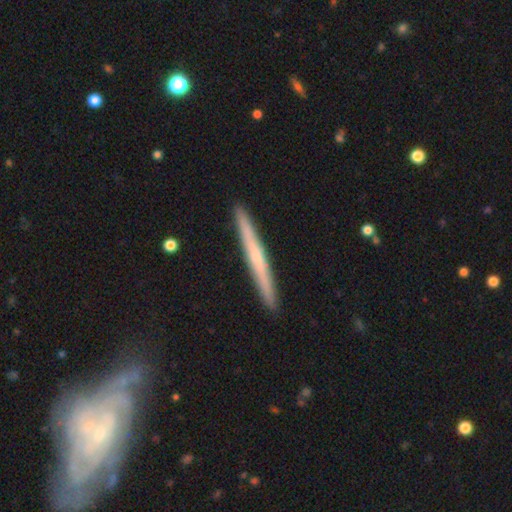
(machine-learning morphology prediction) Overall: featured or disk (52%; smooth 42%). Edge-on disk: yes (97%). Edge-on bulge: none (62%; rounded 34%). Merging: none (92%).